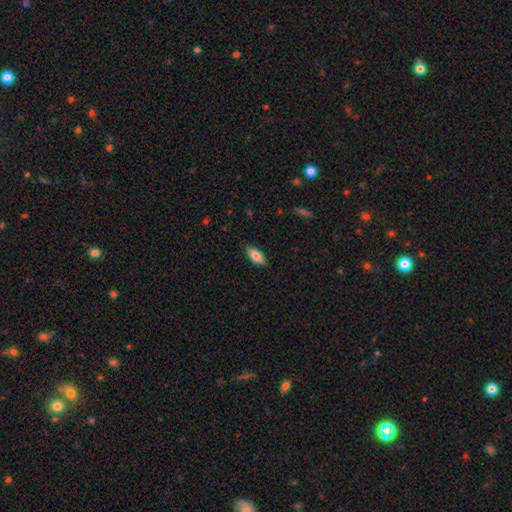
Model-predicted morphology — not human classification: smooth-or-featured: smooth: 81% | featured or disk: 12% | star or artifact: 7%
  how-rounded: in between: 87% | cigar-shaped: 10% | round: 3%
  merging: none: 84% | minor disturbance: 12% | major disturbance: 2% | merger: 1%